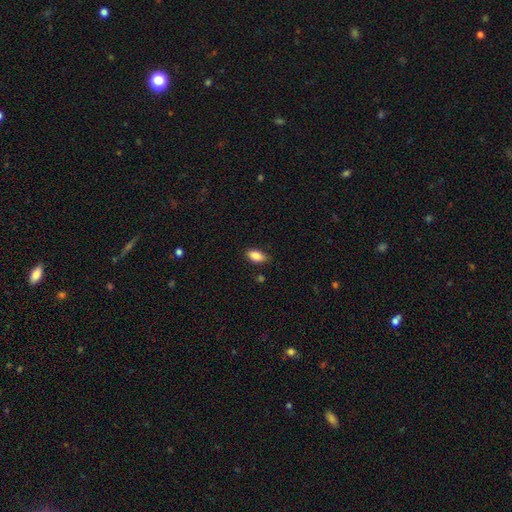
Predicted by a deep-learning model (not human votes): Q: Smooth or featured?
A: smooth (87%); runner-up: star or artifact (7%)
Q: How rounded?
A: in between (90%); runner-up: cigar-shaped (6%)
Q: Merging?
A: none (80%); runner-up: minor disturbance (16%)